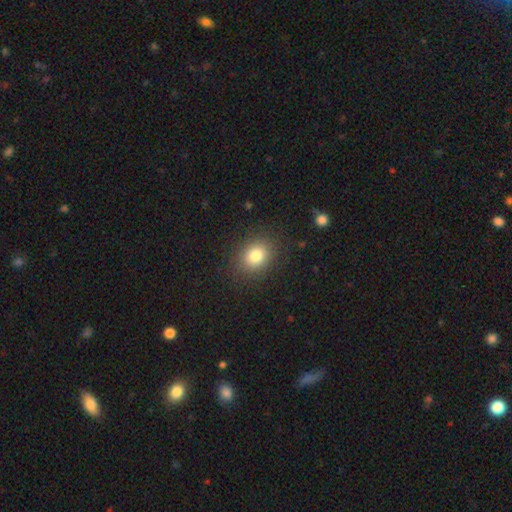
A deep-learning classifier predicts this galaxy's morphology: Smooth or featured? Predicted: smooth (p=0.81). How rounded? Predicted: round (p=0.53). Merging? Predicted: none (p=0.87).